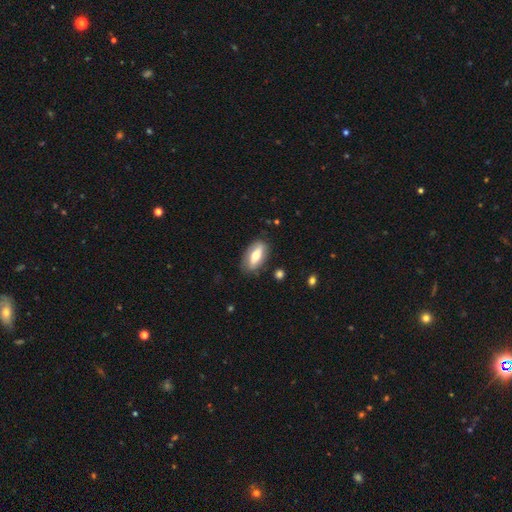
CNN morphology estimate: Smooth or featured? smooth (55%)
How rounded? in between (85%)
Merging? none (81%)